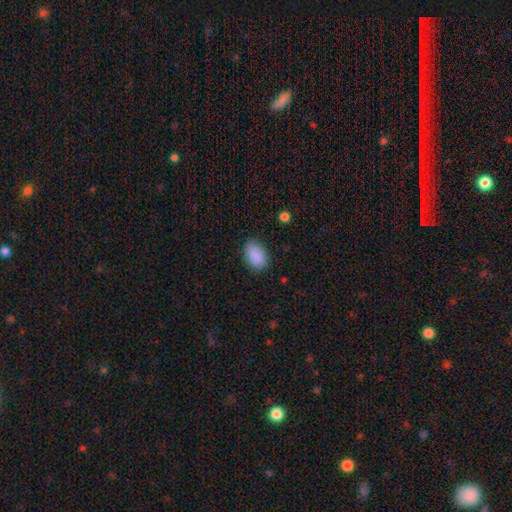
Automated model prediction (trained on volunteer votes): smooth_or_featured: smooth (p=0.90) [alt: star or artifact p=0.07]
how_rounded: in between (p=0.90) [alt: round p=0.09]
merging: none (p=0.83) [alt: minor disturbance p=0.13]